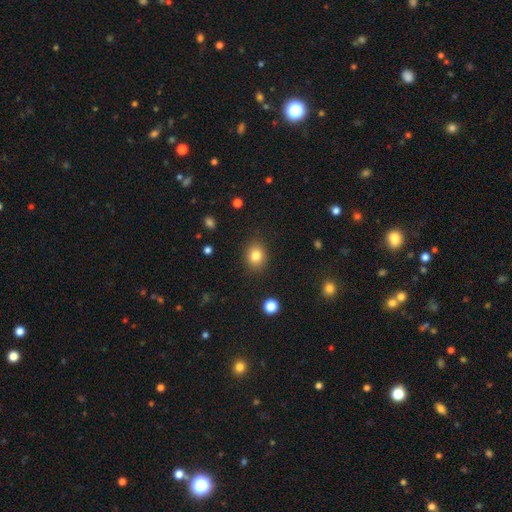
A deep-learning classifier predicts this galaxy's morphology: Q: Smooth or featured?
A: smooth (82%); runner-up: star or artifact (11%)
Q: How rounded?
A: round (63%); runner-up: in between (36%)
Q: Merging?
A: none (87%); runner-up: minor disturbance (9%)